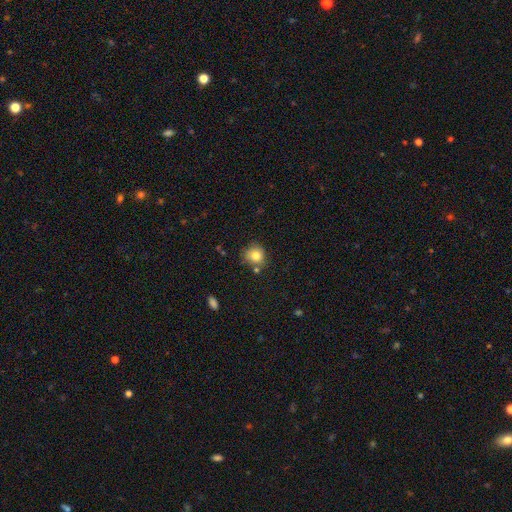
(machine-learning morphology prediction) Smooth or featured? smooth (80%)
How rounded? round (87%)
Merging? none (73%)